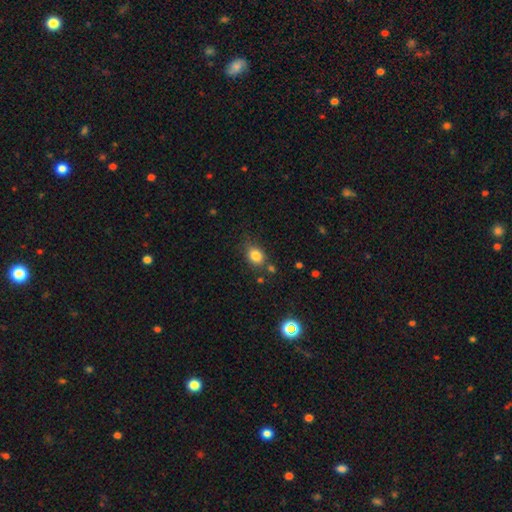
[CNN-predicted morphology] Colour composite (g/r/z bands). It shows a smooth galaxy with no disk features (82%) that is in between round and cigar-shaped (56%). Merging: none (70%).